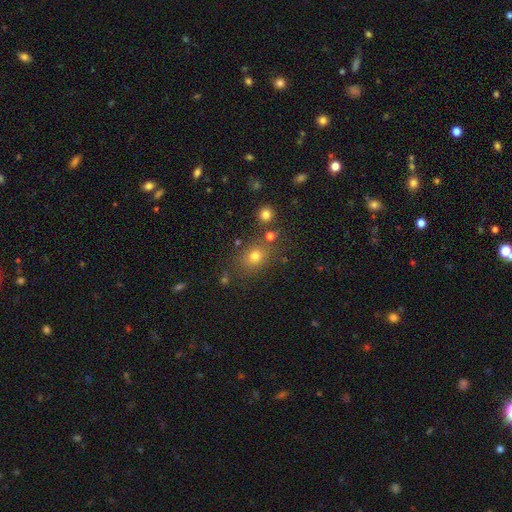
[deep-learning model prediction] Morphology: type=smooth (73%); roundness=round (57%); merging=none (74%).